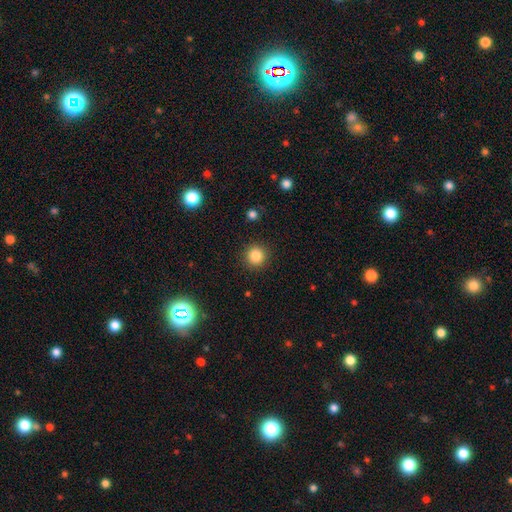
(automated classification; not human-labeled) A smooth galaxy with no disk features (84%) that is round (94%).

Vote fractions:
- Smooth or featured? smooth: 84% / star or artifact: 11% / featured or disk: 5%
- How rounded? round: 94% / in between: 5% / cigar-shaped: 1%
- Merging? none: 91% / minor disturbance: 5% / major disturbance: 2% / merger: 1%